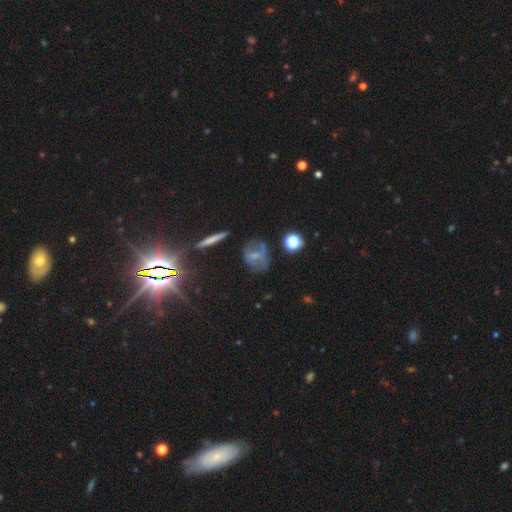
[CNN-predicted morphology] smooth-or-featured: smooth: 42% (tied) | featured or disk: 42% (tied) | star or artifact: 16%
  merging: none: 55% | minor disturbance: 23% | major disturbance: 18% | merger: 4%